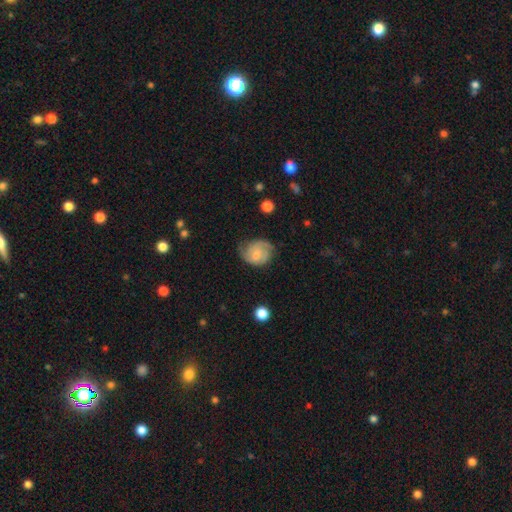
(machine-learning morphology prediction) Smooth or featured: featured or disk — 65% (smooth — 28%)
Edge-on disk: no — 97% (yes — 3%)
Bar: no — 69% (weak — 27%)
Spiral arms: yes — 90% (no — 10%)
Spiral winding: tight — 52% (medium — 36%)
Spiral arm count: 2 — 48% (can't tell — 23%)
Bulge size: small — 53% (moderate — 41%)
Merging: none — 62% (minor disturbance — 27%)